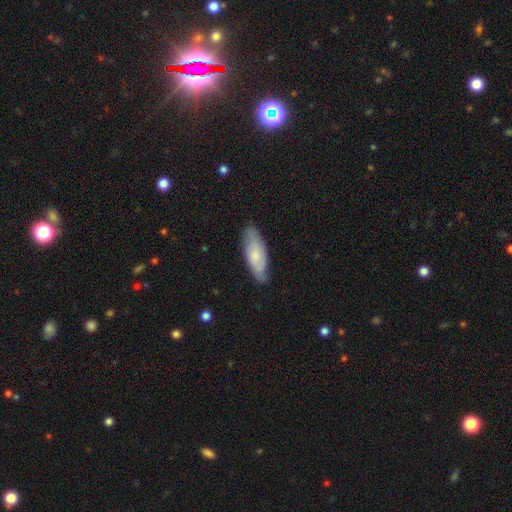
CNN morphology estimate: Smooth or featured? Predicted: smooth (p=0.56). How rounded? Predicted: in between (p=0.61). Merging? Predicted: none (p=0.77).